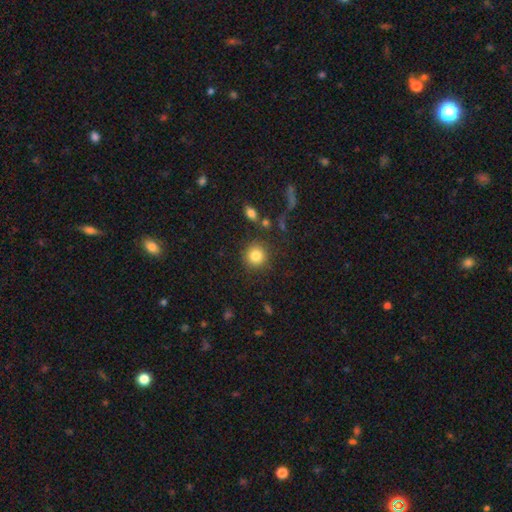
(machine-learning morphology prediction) The model was most divided on "smooth or featured": smooth: 83%, star or artifact: 10%, featured or disk: 7%. More confident: how rounded — round (92%); merging — none (86%).